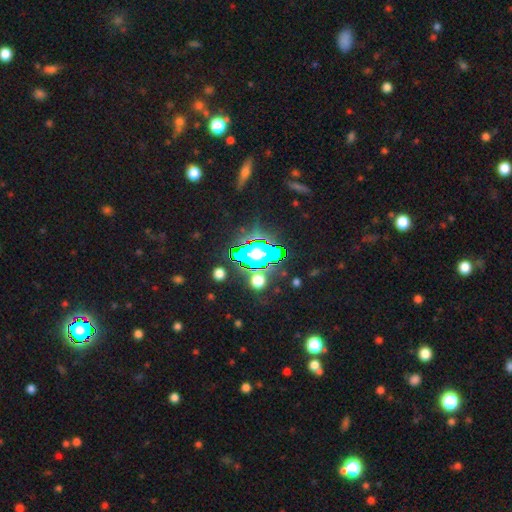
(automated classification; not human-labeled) The model was most divided on "smooth or featured": star or artifact: 56%, smooth: 26%, featured or disk: 18%.